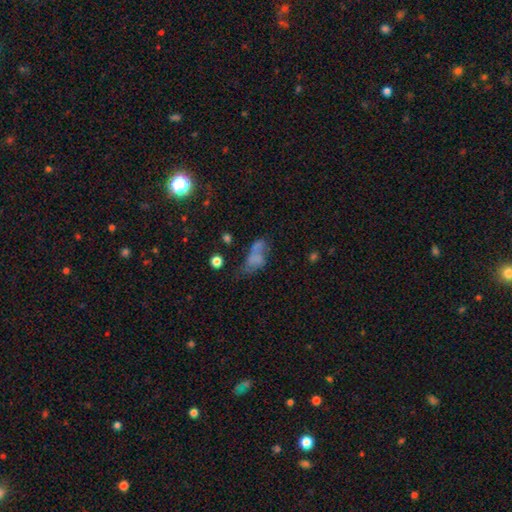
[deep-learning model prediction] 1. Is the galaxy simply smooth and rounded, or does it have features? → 51% smooth, 31% featured or disk, 18% star or artifact.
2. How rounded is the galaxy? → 80% in between, 11% cigar-shaped, 10% round.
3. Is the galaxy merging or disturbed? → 30% major disturbance, 26% none, 22% merger, 21% minor disturbance.